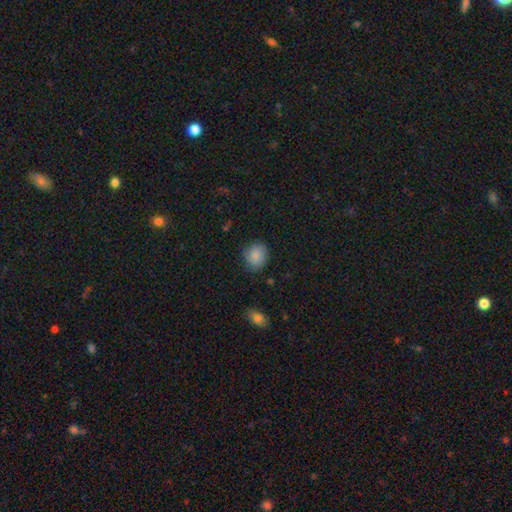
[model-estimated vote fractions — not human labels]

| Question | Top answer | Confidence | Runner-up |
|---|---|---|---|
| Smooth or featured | smooth | 87% | star or artifact (8%) |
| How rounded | round | 73% | in between (26%) |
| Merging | none | 80% | minor disturbance (15%) |